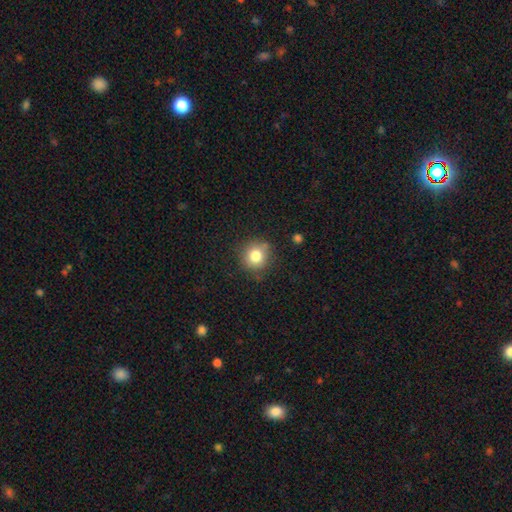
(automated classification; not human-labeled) Q: Smooth or featured?
A: smooth (80%); runner-up: star or artifact (12%)
Q: How rounded?
A: round (89%); runner-up: in between (10%)
Q: Merging?
A: none (79%); runner-up: minor disturbance (14%)